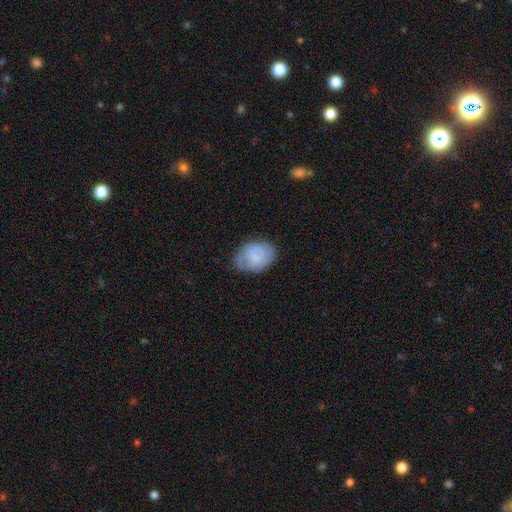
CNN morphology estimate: This appears to be a smooth galaxy with no disk features (61%) that is in between round and cigar-shaped (66%). Merging: none (62%).